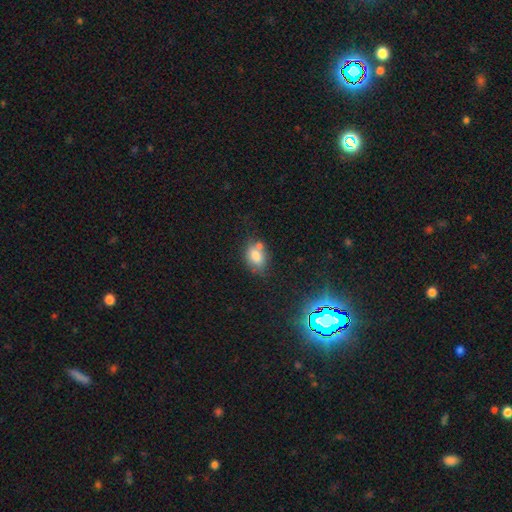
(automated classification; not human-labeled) smooth_or_featured: smooth (p=0.75) [alt: star or artifact p=0.13]
how_rounded: in between (p=0.72) [alt: round p=0.26]
merging: none (p=0.54) [alt: merger p=0.23]